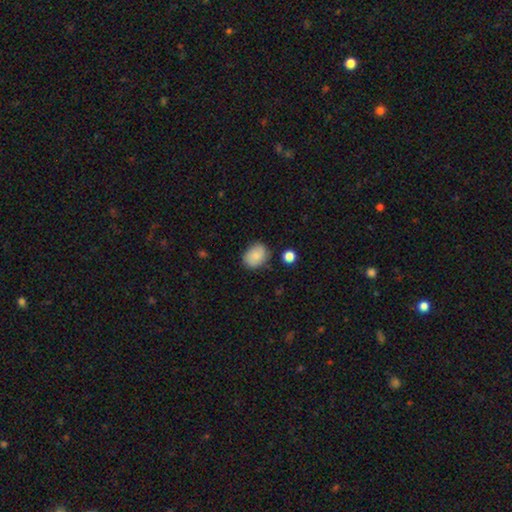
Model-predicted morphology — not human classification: smooth-or-featured: smooth: 83% | featured or disk: 9% | star or artifact: 8%
  how-rounded: in between: 59% | round: 41% | cigar-shaped: 1%
  merging: none: 75% | minor disturbance: 18% | major disturbance: 4% | merger: 3%